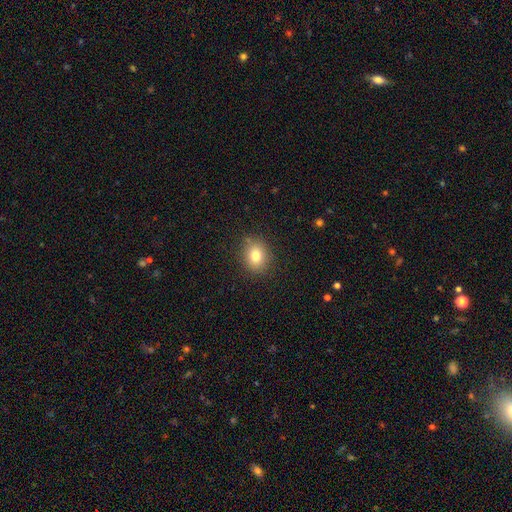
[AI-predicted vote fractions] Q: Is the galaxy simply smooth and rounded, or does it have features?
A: smooth — 79%.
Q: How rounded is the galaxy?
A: round — 62%.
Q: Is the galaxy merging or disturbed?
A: none — 86%.